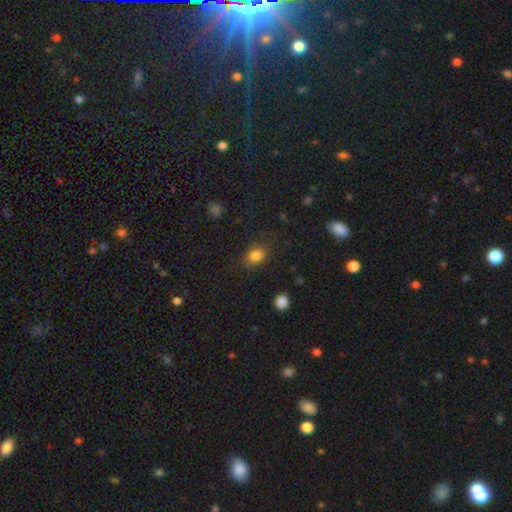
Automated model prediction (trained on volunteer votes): smooth-or-featured: smooth: 83% | star or artifact: 11% | featured or disk: 6%
  how-rounded: in between: 61% | round: 37% | cigar-shaped: 1%
  merging: none: 78% | minor disturbance: 15% | major disturbance: 5% | merger: 2%